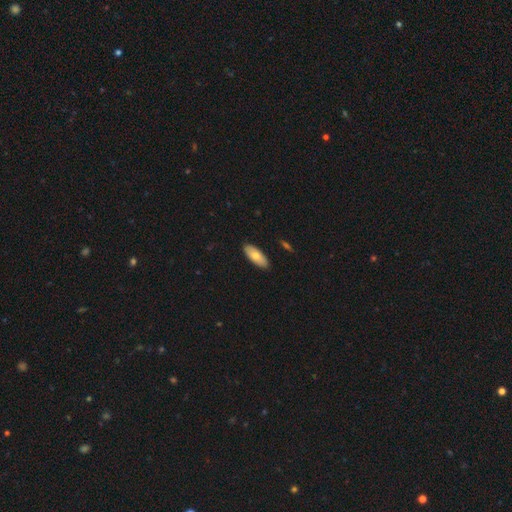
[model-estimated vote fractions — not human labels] This is likely a smooth galaxy (73%). How rounded: clearly in between (80%). Merging: clearly none (89%).